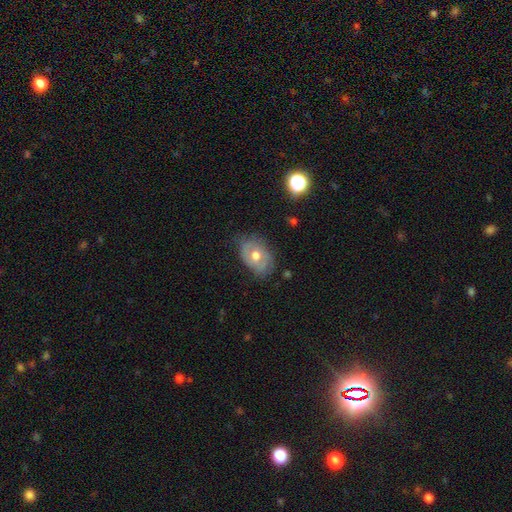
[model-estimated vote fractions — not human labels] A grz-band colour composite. It shows a smooth galaxy with no disk features (50%) that is in between round and cigar-shaped (77%). Merging: none (65%).